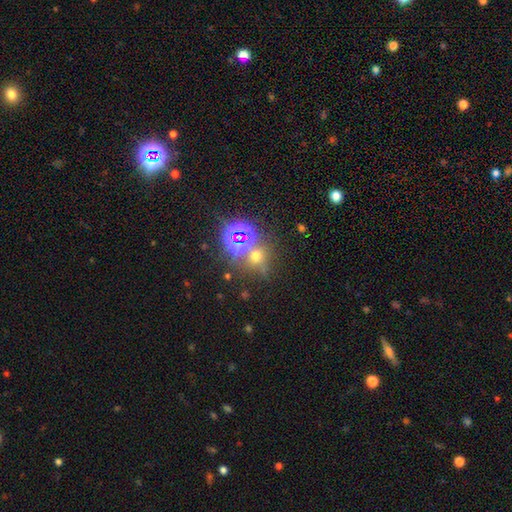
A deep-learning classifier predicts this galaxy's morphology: Q: Smooth or featured?
A: smooth (46%); runner-up: star or artifact (44%)
Q: Merging?
A: none (67%); runner-up: merger (18%)